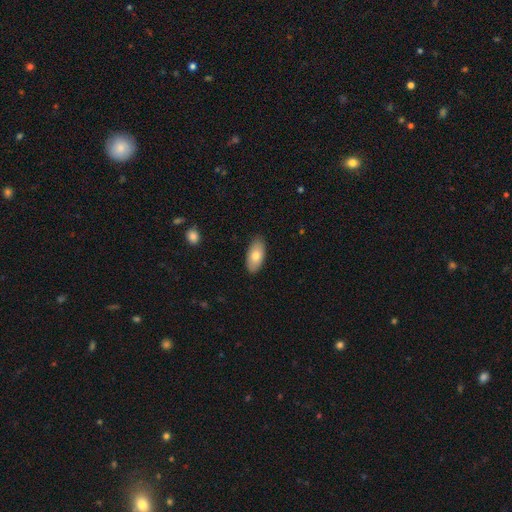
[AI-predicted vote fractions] A smooth galaxy with no disk features (76%) that is in between round and cigar-shaped (92%).

Vote fractions:
- Smooth or featured? smooth: 76% / featured or disk: 18% / star or artifact: 6%
- How rounded? in between: 92% / cigar-shaped: 5% / round: 3%
- Merging? none: 87% / minor disturbance: 10% / major disturbance: 2% / merger: 1%